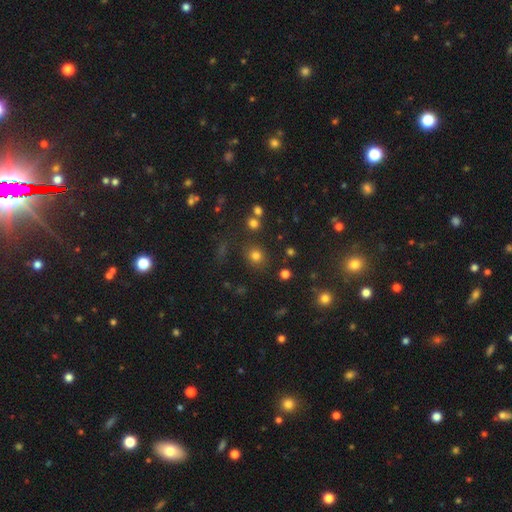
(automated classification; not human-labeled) This appears to be a smooth galaxy with no disk features (76%) that is round (84%). Merging: none (82%).